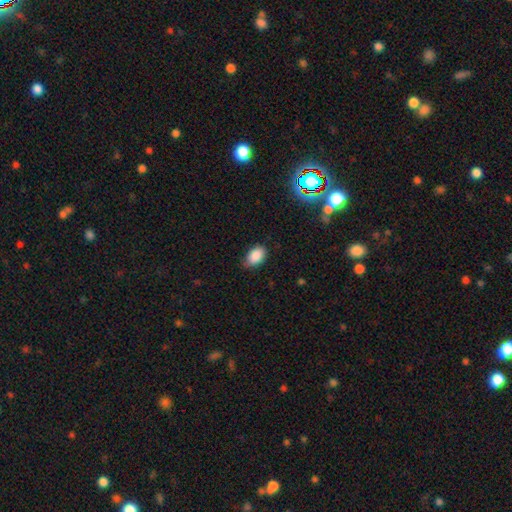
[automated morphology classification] The model was most divided on "merging": none: 75%, minor disturbance: 21%, major disturbance: 3%, merger: 1%. More confident: how rounded — in between (88%); smooth or featured — smooth (87%).